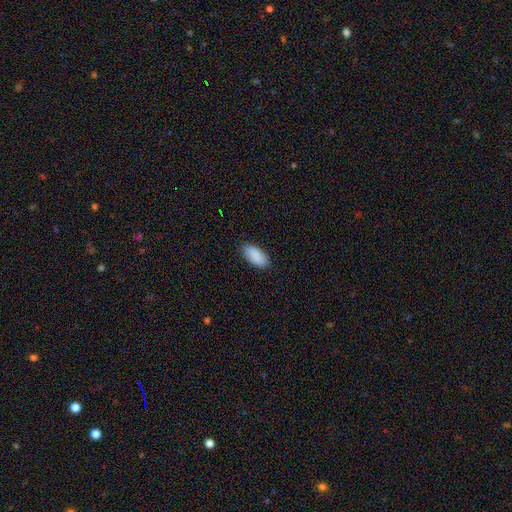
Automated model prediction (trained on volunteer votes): Smooth or featured? smooth (91%)
How rounded? in between (91%)
Merging? none (88%)